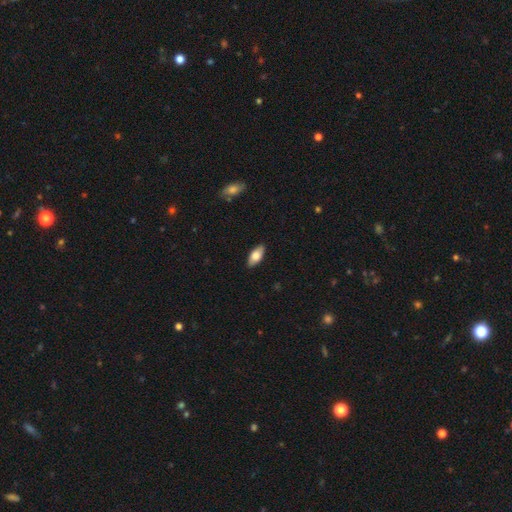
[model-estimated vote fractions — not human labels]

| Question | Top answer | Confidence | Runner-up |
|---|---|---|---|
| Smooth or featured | smooth | 74% | featured or disk (19%) |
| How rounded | in between | 88% | cigar-shaped (10%) |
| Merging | none | 88% | minor disturbance (9%) |